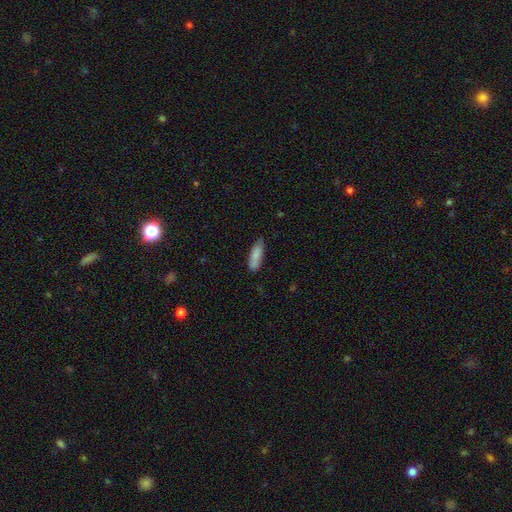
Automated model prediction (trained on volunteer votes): This is clearly a smooth galaxy (85%). How rounded: possibly in between (50%). Merging: likely none (79%).